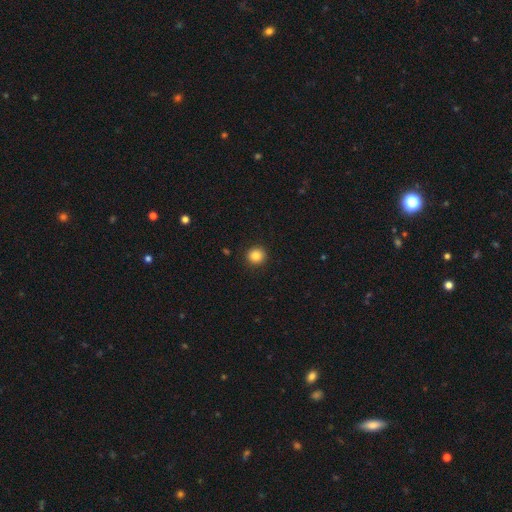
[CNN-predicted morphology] smooth-or-featured: smooth: 85% | star or artifact: 10% | featured or disk: 4%
  how-rounded: round: 91% | in between: 8% | cigar-shaped: 1%
  merging: none: 92% | minor disturbance: 5% | major disturbance: 2% | merger: 1%